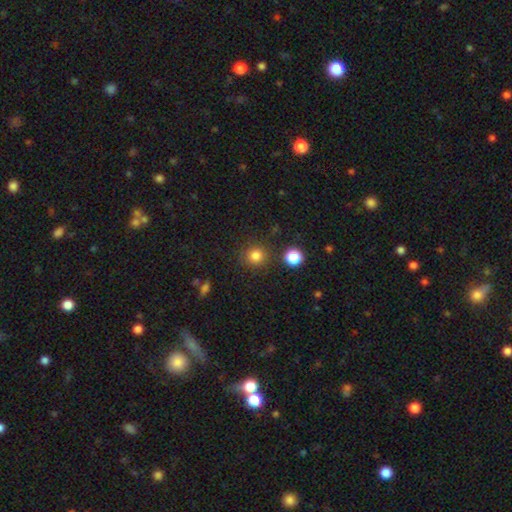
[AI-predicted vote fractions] Smooth or featured? smooth (81%)
How rounded? round (91%)
Merging? none (85%)